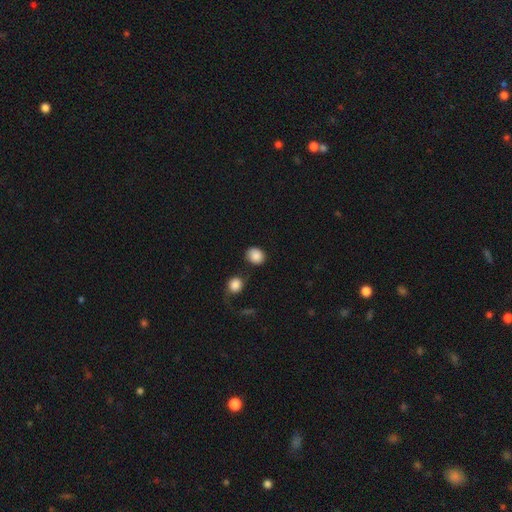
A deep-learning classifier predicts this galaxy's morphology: Smooth or featured?
  - smooth: 87% *
  - star or artifact: 8%
  - featured or disk: 5%
How rounded?
  - round: 73% *
  - in between: 26%
  - cigar-shaped: 1%
Merging?
  - none: 71% *
  - minor disturbance: 16%
  - merger: 7%
  - major disturbance: 6%